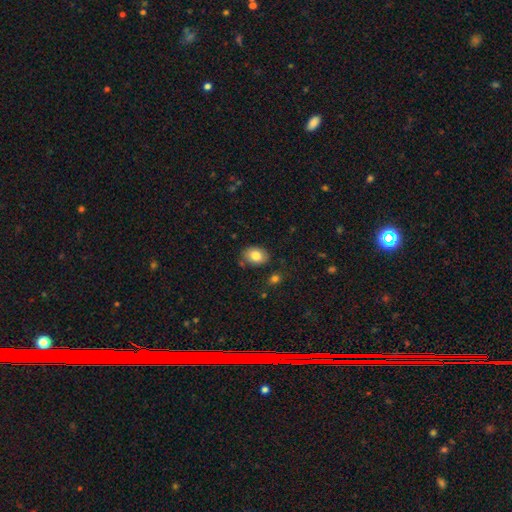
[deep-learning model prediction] Smooth or featured? Predicted: smooth (p=0.82). How rounded? Predicted: in between (p=0.74). Merging? Predicted: none (p=0.79).